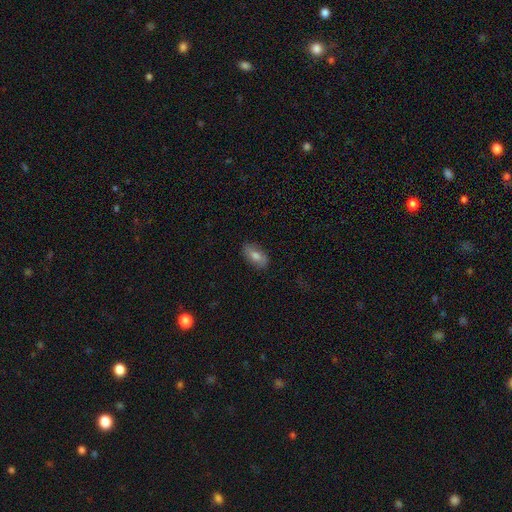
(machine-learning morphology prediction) A smooth galaxy with no disk features (72%) that is in between round and cigar-shaped (90%).

Vote fractions:
- Smooth or featured? smooth: 72% / featured or disk: 20% / star or artifact: 8%
- How rounded? in between: 90% / cigar-shaped: 5% / round: 5%
- Merging? none: 84% / minor disturbance: 13% / major disturbance: 3% / merger: 1%